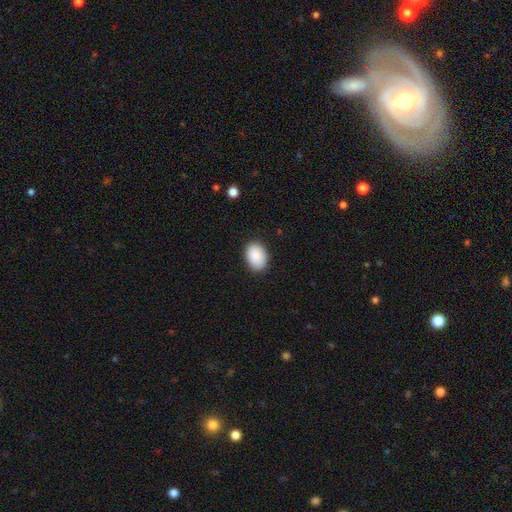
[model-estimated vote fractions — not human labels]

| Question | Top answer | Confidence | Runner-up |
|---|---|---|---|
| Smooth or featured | smooth | 90% | star or artifact (7%) |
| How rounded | in between | 81% | round (18%) |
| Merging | none | 86% | minor disturbance (11%) |